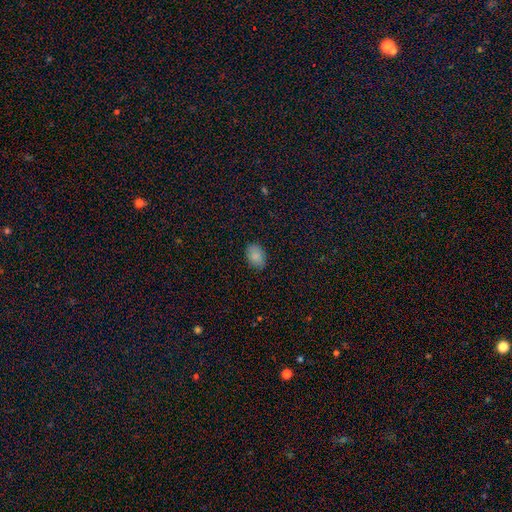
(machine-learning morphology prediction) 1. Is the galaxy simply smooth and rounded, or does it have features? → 85% smooth, 8% star or artifact, 6% featured or disk.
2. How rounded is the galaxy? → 83% in between, 16% round, 1% cigar-shaped.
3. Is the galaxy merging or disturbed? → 85% none, 12% minor disturbance, 2% major disturbance, 1% merger.